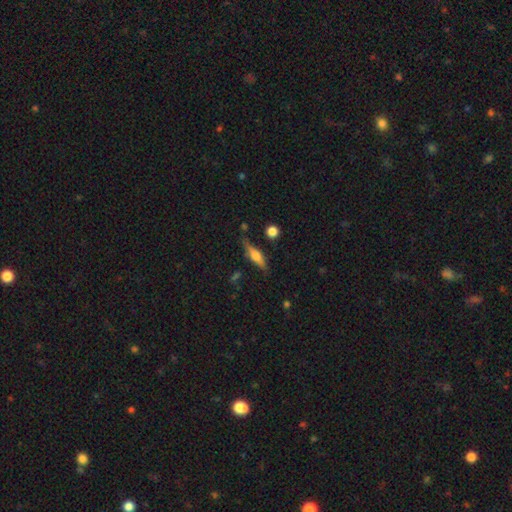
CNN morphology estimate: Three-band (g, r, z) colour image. It shows a featured or disk galaxy (59%) viewed edge-on (95%) with a rounded central bulge (84%). Merging: none (79%).